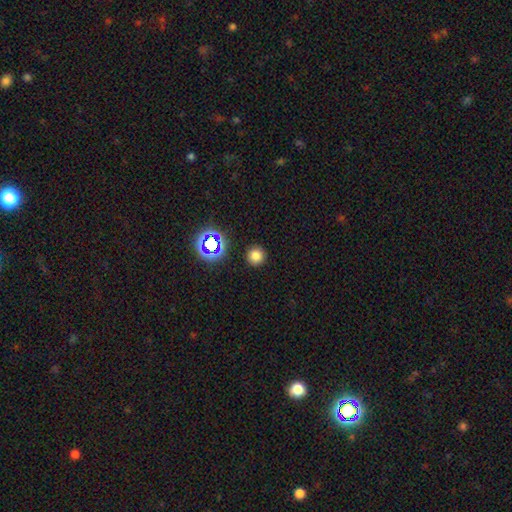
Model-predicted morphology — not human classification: Smooth or featured?
  - smooth: 75% *
  - star or artifact: 19%
  - featured or disk: 6%
How rounded?
  - round: 95% *
  - in between: 4%
  - cigar-shaped: 1%
Merging?
  - none: 91% *
  - minor disturbance: 5%
  - major disturbance: 2%
  - merger: 2%